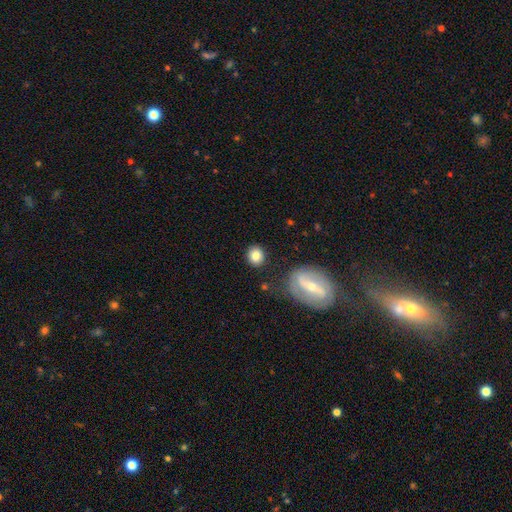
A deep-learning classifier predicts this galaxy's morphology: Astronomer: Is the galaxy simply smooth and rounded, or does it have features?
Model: smooth — 81%.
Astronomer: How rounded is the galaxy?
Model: round — 76%.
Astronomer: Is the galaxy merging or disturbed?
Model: none — 84%.